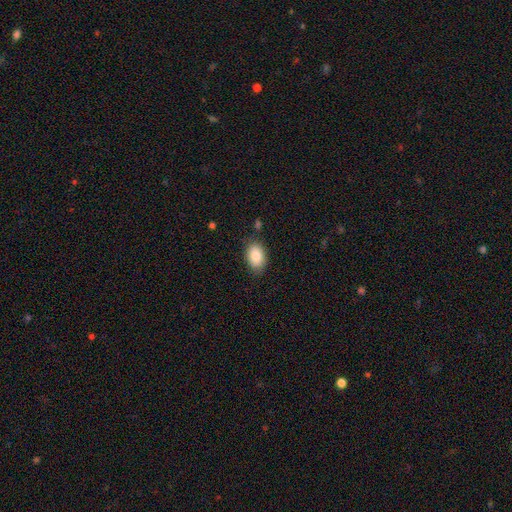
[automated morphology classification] smooth 85%, featured or disk 8%, star or artifact 7%. Down the decision tree: how rounded — in between (89%); merging — none (81%).